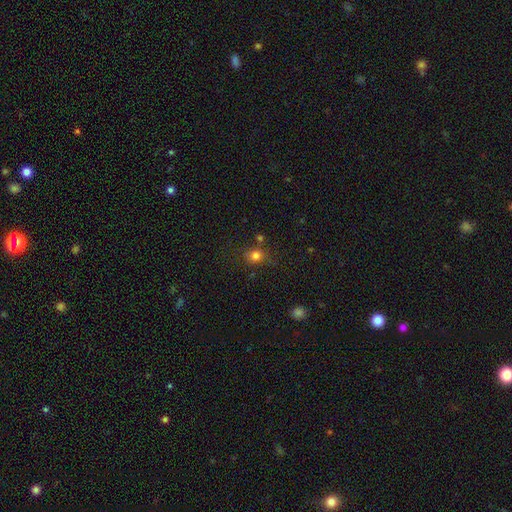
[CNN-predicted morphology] Q: Smooth or featured?
A: smooth (78%); runner-up: star or artifact (15%)
Q: How rounded?
A: round (78%); runner-up: in between (21%)
Q: Merging?
A: none (72%); runner-up: minor disturbance (15%)